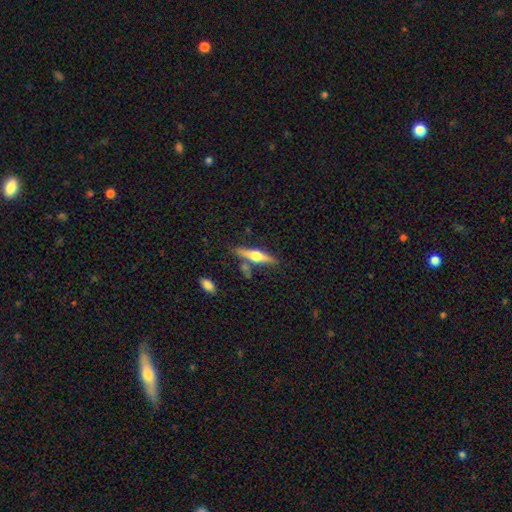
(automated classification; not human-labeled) smooth-or-featured: featured or disk: 62% | smooth: 32% | star or artifact: 6%
  disk-edge-on: yes: 96% | no: 4%
    edge-on-bulge: rounded: 94% | boxy: 4% | none: 3%
  merging: none: 77% | minor disturbance: 12% | merger: 8% | major disturbance: 3%